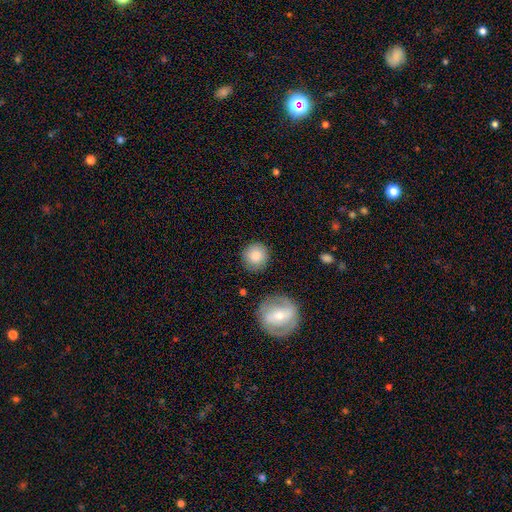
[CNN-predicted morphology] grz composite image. It shows a smooth galaxy with no disk features (81%) that is round (93%). Merging: none (85%).